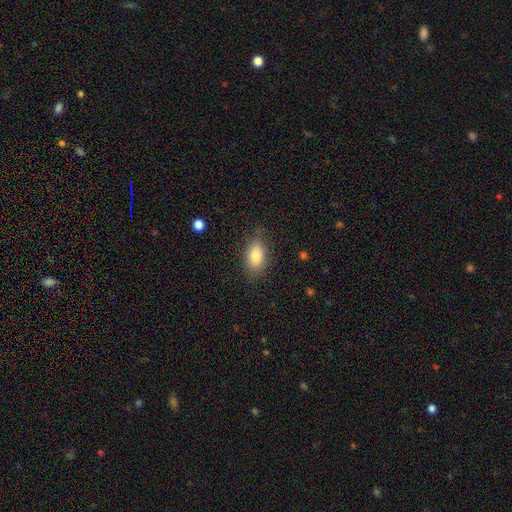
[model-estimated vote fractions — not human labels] This appears to be a smooth galaxy with no disk features (81%) that is in between round and cigar-shaped (88%). Merging: none (82%).